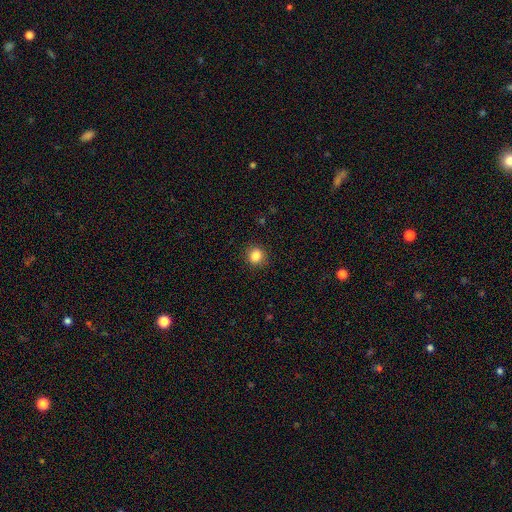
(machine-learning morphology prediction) type=smooth (85%); roundness=round (89%); merging=none (91%).